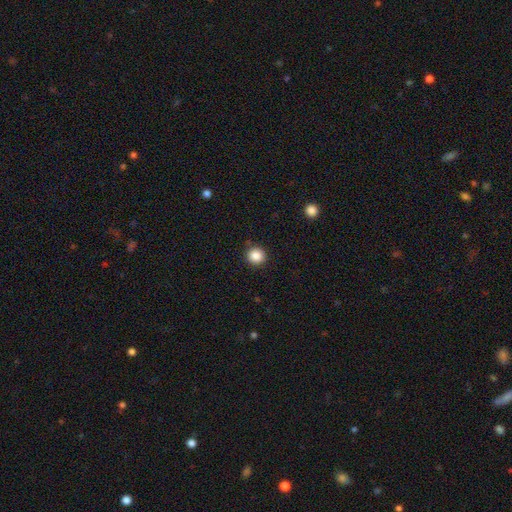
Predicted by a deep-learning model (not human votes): This appears to be a smooth galaxy with no disk features (87%) that is round (93%). Merging: none (90%).